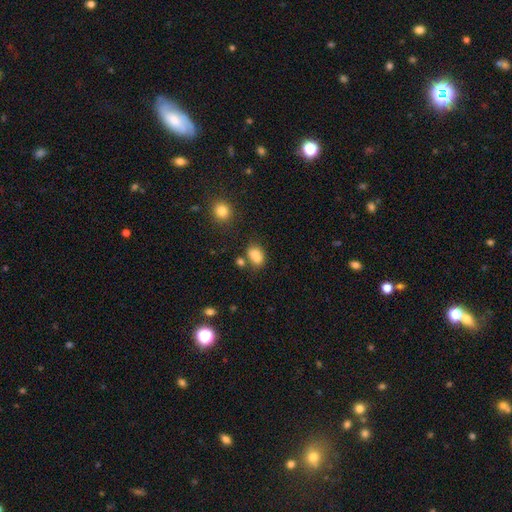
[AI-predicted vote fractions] smooth-or-featured: smooth: 80% | star or artifact: 11% | featured or disk: 9%
  how-rounded: in between: 76% | round: 22% | cigar-shaped: 2%
  merging: none: 49% | merger: 27% | minor disturbance: 18% | major disturbance: 6%